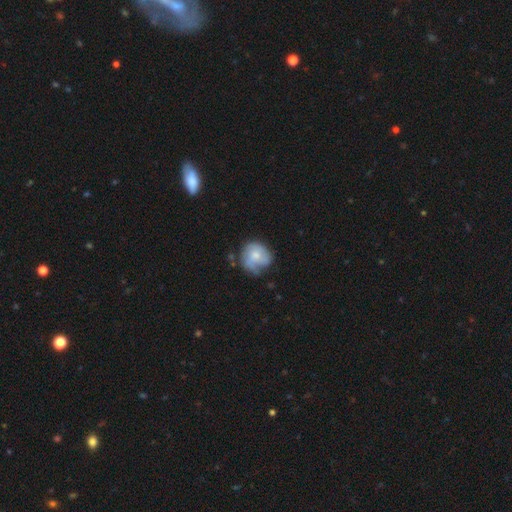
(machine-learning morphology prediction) Q: Smooth or featured?
A: smooth (48%); runner-up: featured or disk (46%)
Q: Merging?
A: none (55%); runner-up: minor disturbance (29%)